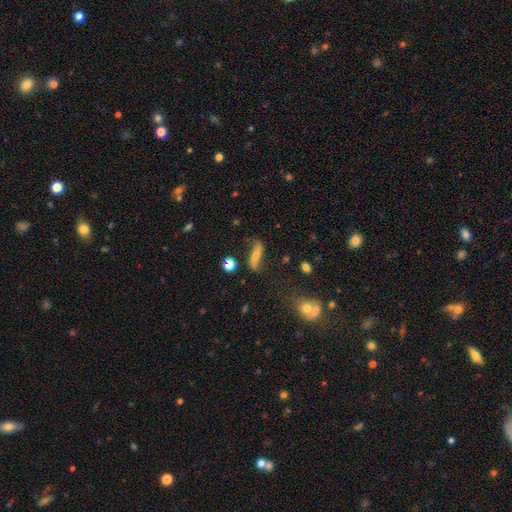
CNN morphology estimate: This appears to be a smooth galaxy with no disk features (54%) that is cigar-shaped (59%). Merging: none (62%).